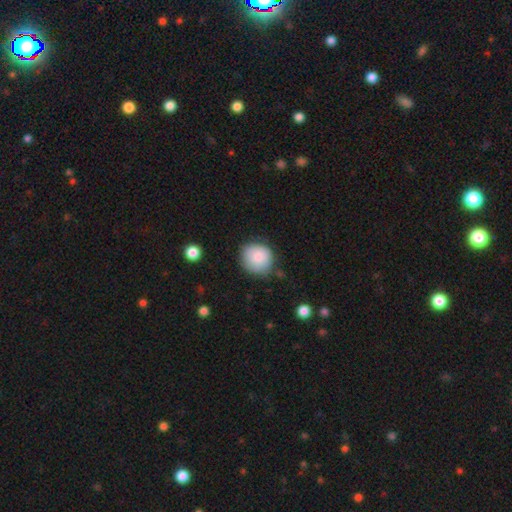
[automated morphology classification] Q: Smooth or featured?
A: smooth (83%); runner-up: featured or disk (10%)
Q: How rounded?
A: round (87%); runner-up: in between (12%)
Q: Merging?
A: none (73%); runner-up: minor disturbance (21%)